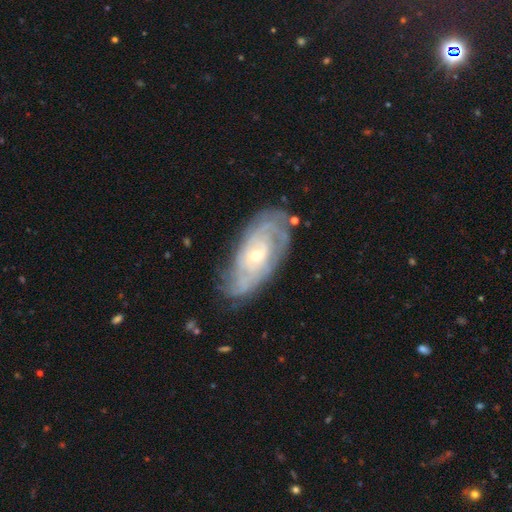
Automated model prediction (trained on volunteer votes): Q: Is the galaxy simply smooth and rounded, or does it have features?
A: featured or disk — 83%.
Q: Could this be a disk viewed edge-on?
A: no — 92%.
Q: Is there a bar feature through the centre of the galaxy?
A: no — 66%.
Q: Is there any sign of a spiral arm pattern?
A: yes — 92%.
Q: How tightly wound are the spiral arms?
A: tight — 69%.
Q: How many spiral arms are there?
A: can't tell — 46%.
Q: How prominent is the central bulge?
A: small — 60%.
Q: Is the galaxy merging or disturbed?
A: none — 71%.